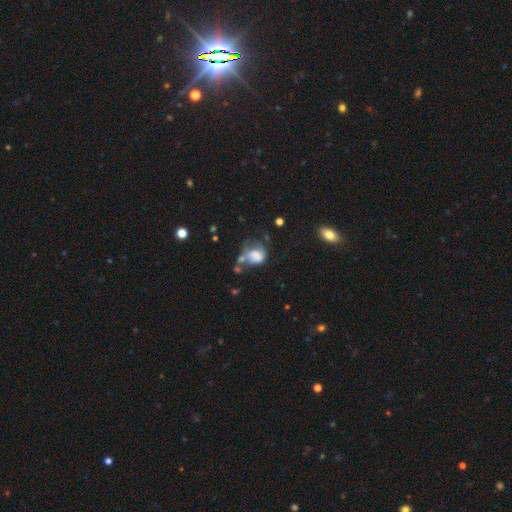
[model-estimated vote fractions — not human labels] Overall: smooth (59%; featured or disk 30%). How rounded: in between (52%; round 47%). Merging: major disturbance (36%; merger 22%).